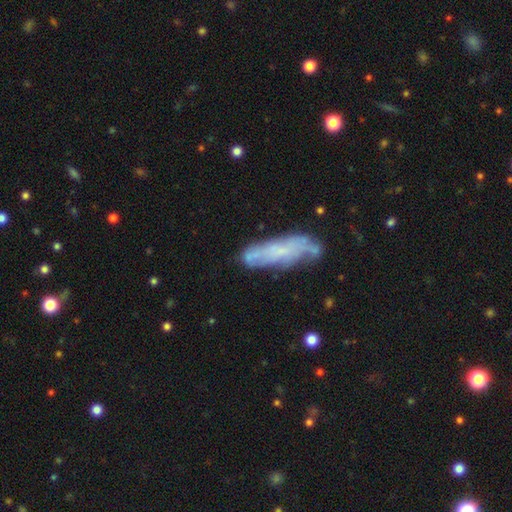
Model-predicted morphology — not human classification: Smooth or featured? featured or disk (46%)
Merging? none (65%)